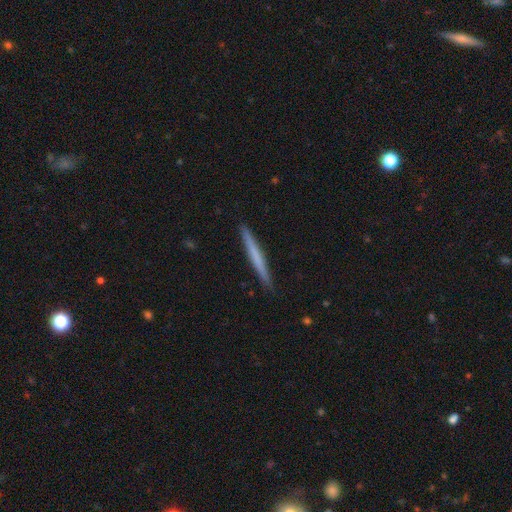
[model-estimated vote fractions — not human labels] This appears to be a smooth galaxy with no disk features (57%) that is cigar-shaped (97%). Merging: none (92%).